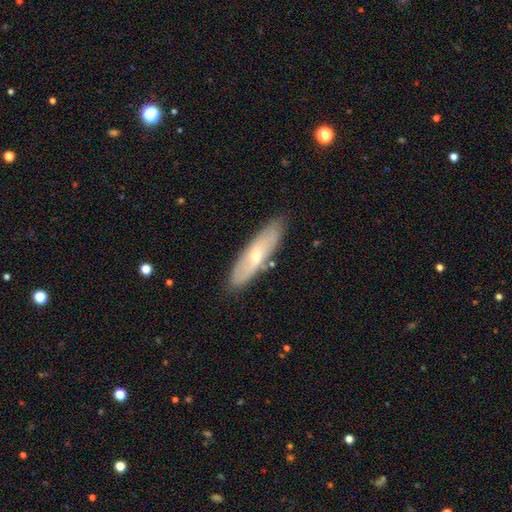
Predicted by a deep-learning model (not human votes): smooth-or-featured: featured or disk: 47% (tied) | smooth: 47% (tied) | star or artifact: 7%
  merging: none: 81% | minor disturbance: 13% | major disturbance: 3% | merger: 3%